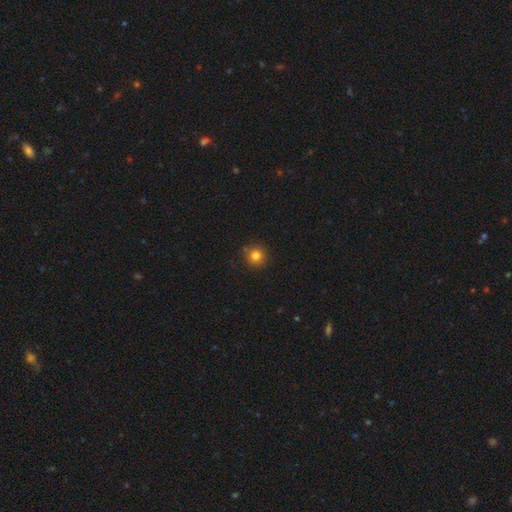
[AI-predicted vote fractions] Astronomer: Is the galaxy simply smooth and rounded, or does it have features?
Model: smooth — 82%.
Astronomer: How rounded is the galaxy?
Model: round — 94%.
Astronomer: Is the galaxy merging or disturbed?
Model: none — 87%.